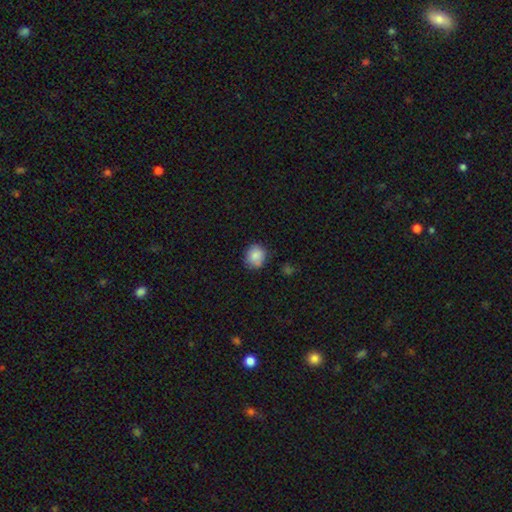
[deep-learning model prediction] smooth_or_featured: smooth (p=0.84) [alt: star or artifact p=0.09]
how_rounded: round (p=0.80) [alt: in between p=0.19]
merging: none (p=0.73) [alt: minor disturbance p=0.17]